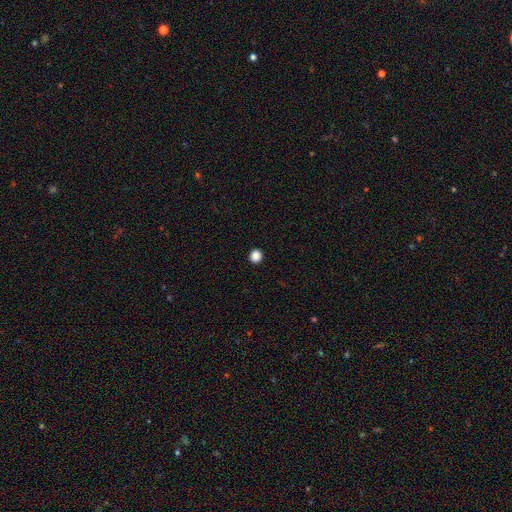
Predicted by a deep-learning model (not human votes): Q: Smooth or featured?
A: smooth (87%); runner-up: star or artifact (10%)
Q: How rounded?
A: round (91%); runner-up: in between (8%)
Q: Merging?
A: none (93%); runner-up: minor disturbance (4%)